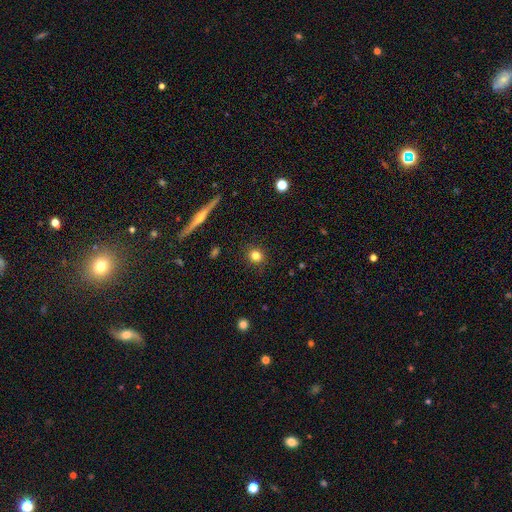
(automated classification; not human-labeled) smooth-or-featured: smooth: 81% | star or artifact: 11% | featured or disk: 8%
  how-rounded: round: 89% | in between: 9% | cigar-shaped: 1%
  merging: none: 91% | minor disturbance: 6% | major disturbance: 2% | merger: 1%